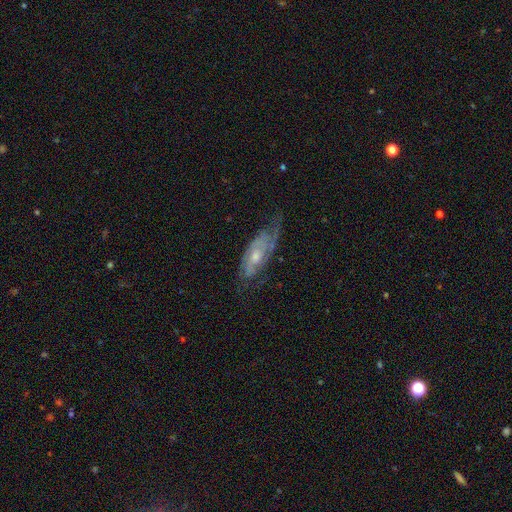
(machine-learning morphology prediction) A featured or disk galaxy (75%) with no bar (67%), 2 (47%) tight (44%) spiral arms (87%) and a moderate central bulge (52%). Merging: none (58%).